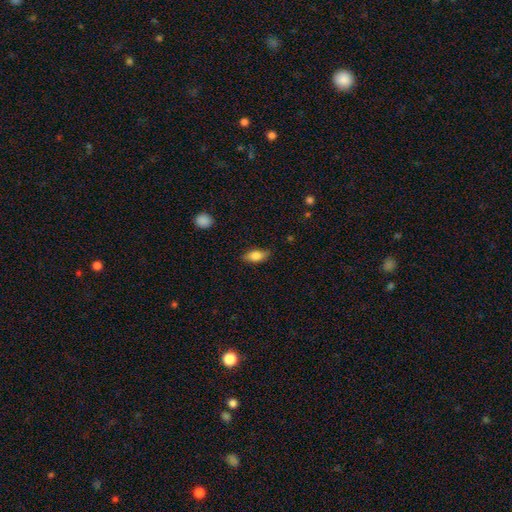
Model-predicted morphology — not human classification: Smooth or featured?
  - smooth: 79% *
  - featured or disk: 14%
  - star or artifact: 7%
How rounded?
  - in between: 84% *
  - cigar-shaped: 11%
  - round: 5%
Merging?
  - none: 78% *
  - minor disturbance: 18%
  - major disturbance: 3%
  - merger: 1%